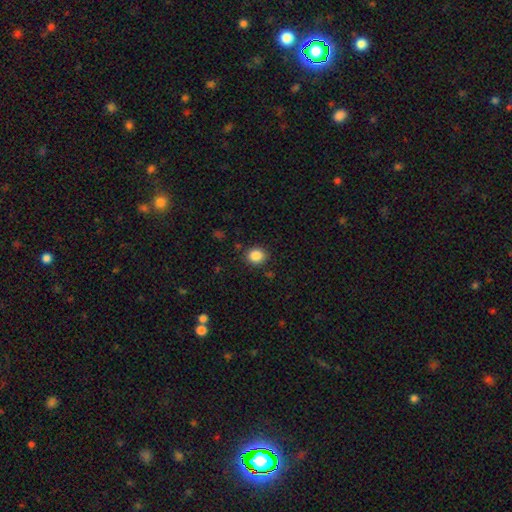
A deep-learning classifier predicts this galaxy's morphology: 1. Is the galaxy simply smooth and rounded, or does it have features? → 86% smooth, 10% star or artifact, 4% featured or disk.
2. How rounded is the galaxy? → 74% round, 25% in between, 1% cigar-shaped.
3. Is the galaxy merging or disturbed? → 87% none, 9% minor disturbance, 3% major disturbance, 2% merger.